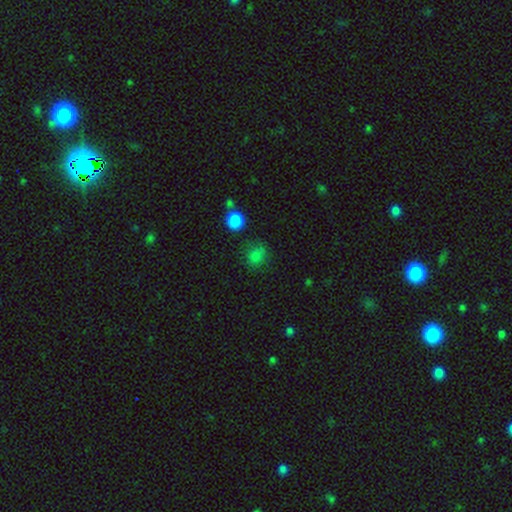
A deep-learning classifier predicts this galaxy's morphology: Smooth or featured? smooth (79%)
How rounded? round (74%)
Merging? none (70%)